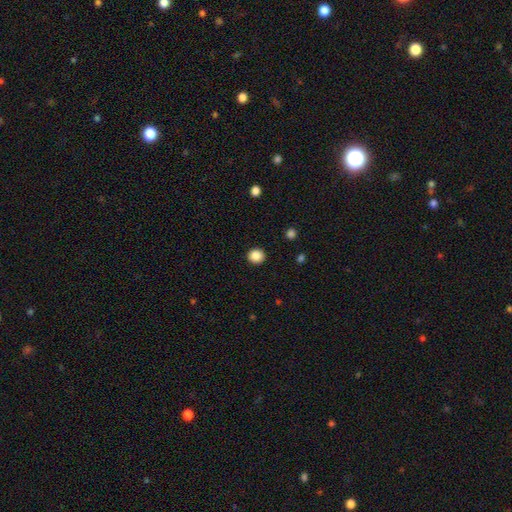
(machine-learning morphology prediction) Q: Smooth or featured?
A: smooth (86%); runner-up: star or artifact (10%)
Q: How rounded?
A: round (89%); runner-up: in between (10%)
Q: Merging?
A: none (92%); runner-up: minor disturbance (5%)